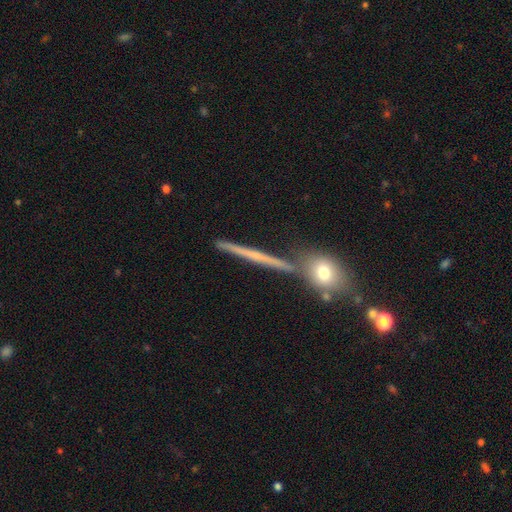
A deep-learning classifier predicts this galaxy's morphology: This appears to be a featured or disk galaxy (63%) viewed edge-on (95%) with no central bulge (66%). Merging: none (78%).